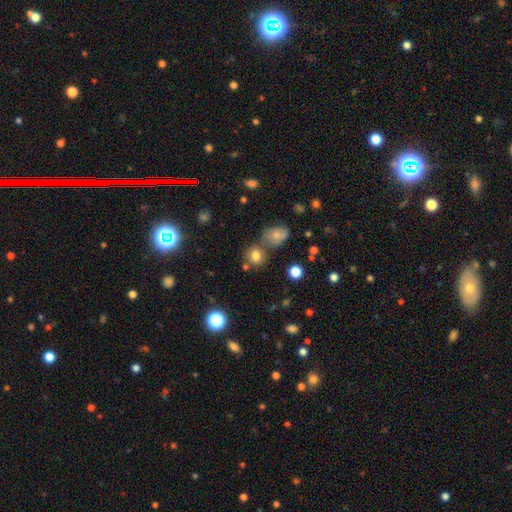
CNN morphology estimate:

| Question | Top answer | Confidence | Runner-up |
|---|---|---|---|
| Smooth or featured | smooth | 78% | star or artifact (14%) |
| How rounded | round | 78% | in between (20%) |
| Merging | none | 64% | merger (20%) |